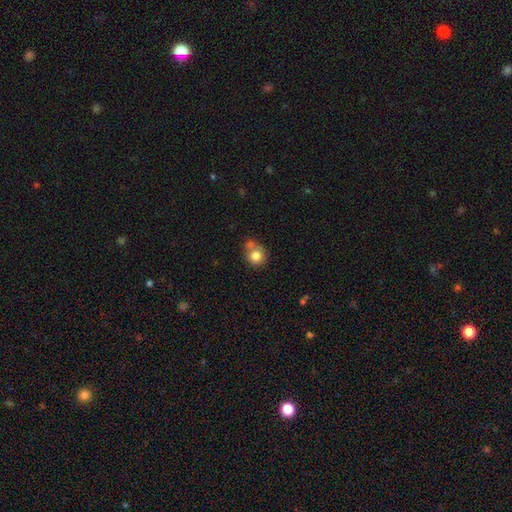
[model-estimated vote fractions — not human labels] Smooth or featured?
  - smooth: 79% *
  - featured or disk: 11%
  - star or artifact: 10%
How rounded?
  - round: 82% *
  - in between: 17%
  - cigar-shaped: 1%
Merging?
  - none: 49% *
  - merger: 27%
  - minor disturbance: 18%
  - major disturbance: 6%